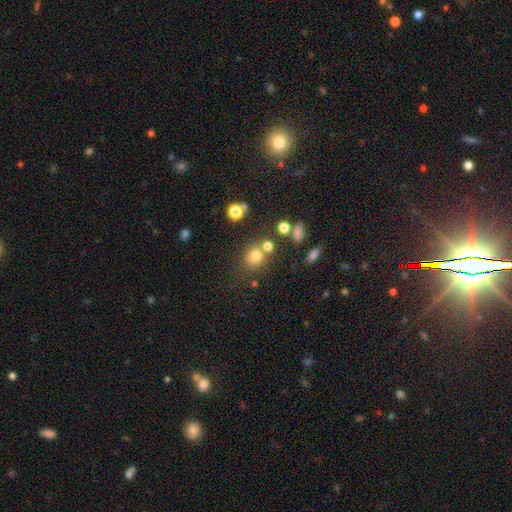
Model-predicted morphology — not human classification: smooth-or-featured: smooth: 73% | star or artifact: 17% | featured or disk: 10%
  how-rounded: round: 79% | in between: 20% | cigar-shaped: 1%
  merging: none: 63% | merger: 20% | minor disturbance: 12% | major disturbance: 5%